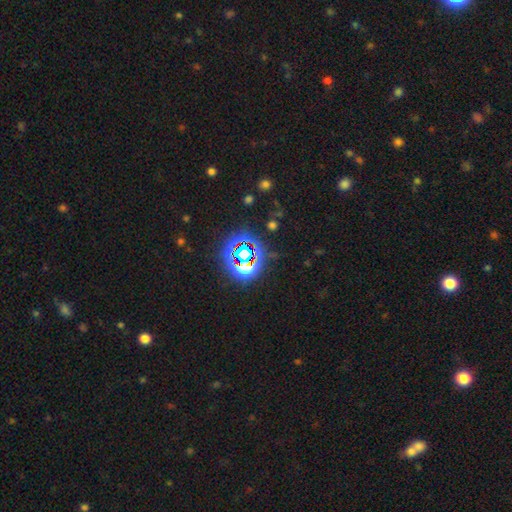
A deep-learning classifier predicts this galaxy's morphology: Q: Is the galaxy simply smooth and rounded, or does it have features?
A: star or artifact — 79%.